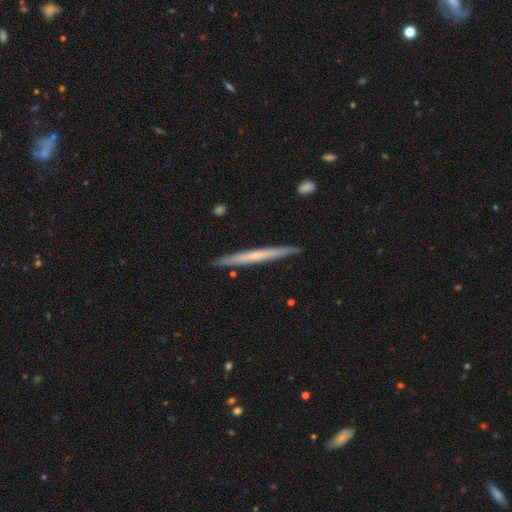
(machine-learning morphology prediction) smooth_or_featured: featured or disk (p=0.52) [alt: smooth p=0.43]
disk_edge_on: yes (p=0.97) [alt: no p=0.03]
merging: none (p=0.91) [alt: minor disturbance p=0.07]